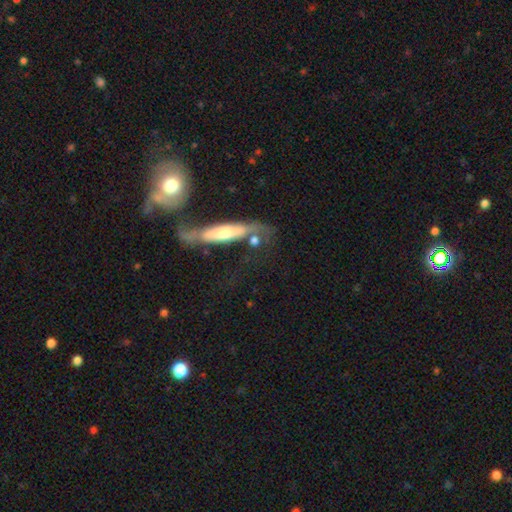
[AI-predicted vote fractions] Smooth or featured? Predicted: featured or disk (p=0.63). Edge-on disk? Predicted: yes (p=0.59). Merging? Predicted: none (p=0.45).